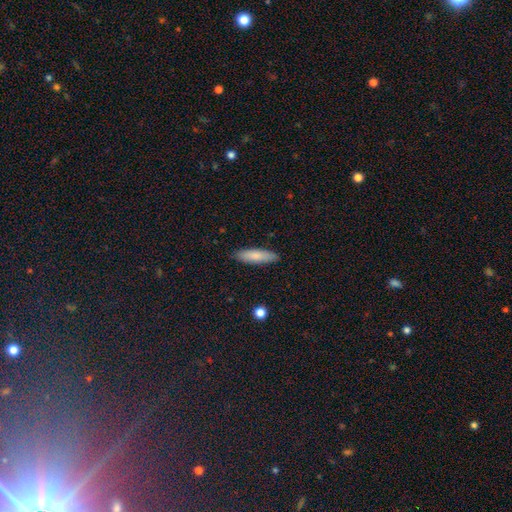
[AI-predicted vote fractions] Q: Smooth or featured?
A: smooth (81%); runner-up: featured or disk (13%)
Q: How rounded?
A: cigar-shaped (66%); runner-up: in between (32%)
Q: Merging?
A: none (88%); runner-up: minor disturbance (9%)